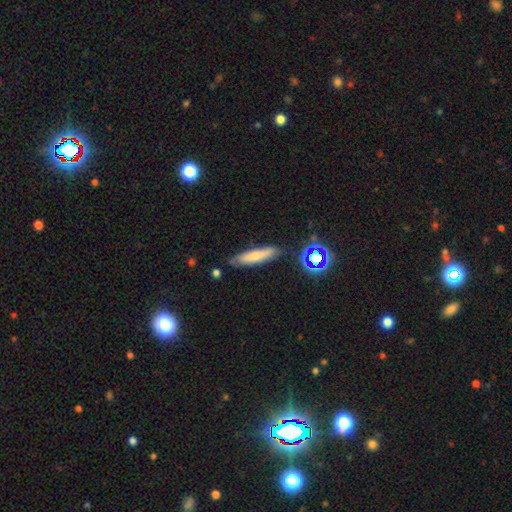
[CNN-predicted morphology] Smooth or featured? smooth (68%)
How rounded? cigar-shaped (80%)
Merging? none (78%)